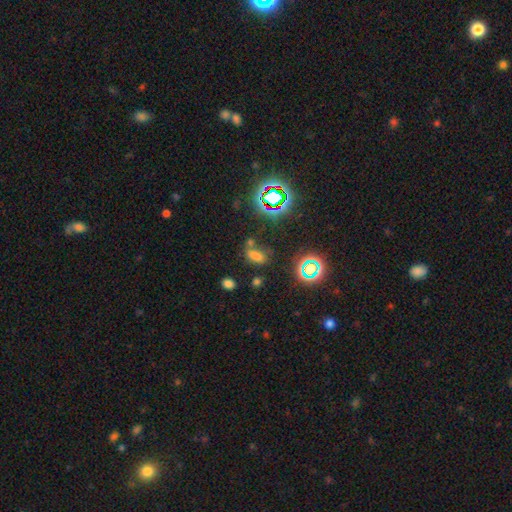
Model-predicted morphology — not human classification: Smooth or featured? smooth (63%)
How rounded? in between (80%)
Merging? none (63%)